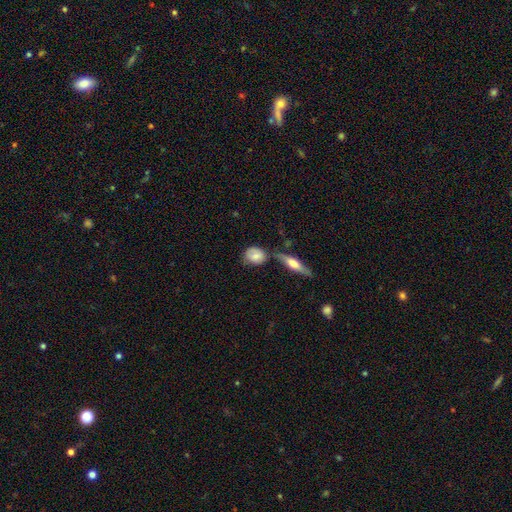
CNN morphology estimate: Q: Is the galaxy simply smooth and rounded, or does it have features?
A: smooth — 71%.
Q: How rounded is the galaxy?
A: in between — 50%.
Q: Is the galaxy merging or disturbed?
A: none — 55%.